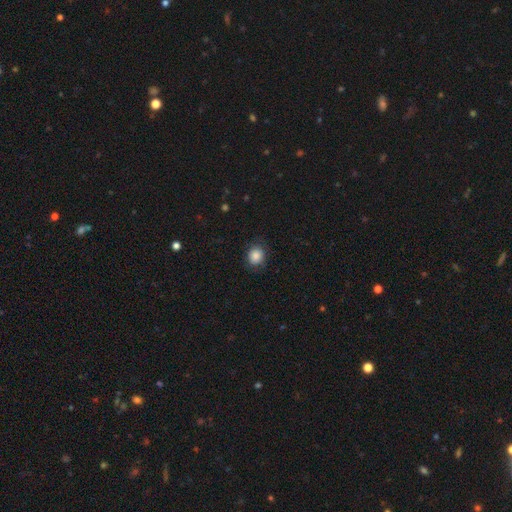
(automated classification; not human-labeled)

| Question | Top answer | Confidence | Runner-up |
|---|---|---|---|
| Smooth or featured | smooth | 86% | star or artifact (9%) |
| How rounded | round | 71% | in between (28%) |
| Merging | none | 83% | minor disturbance (13%) |